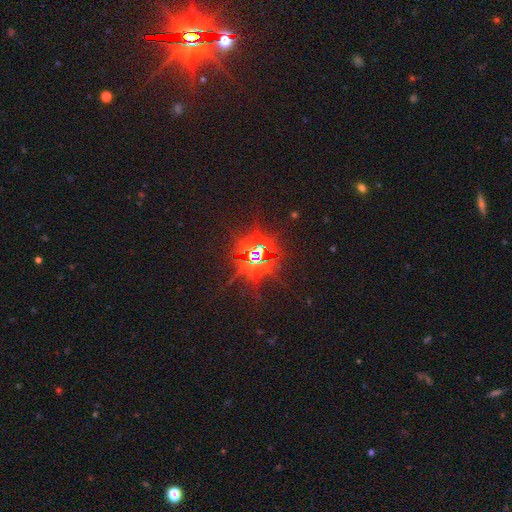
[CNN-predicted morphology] This is clearly a star or artifact rather than a galaxy (85%).